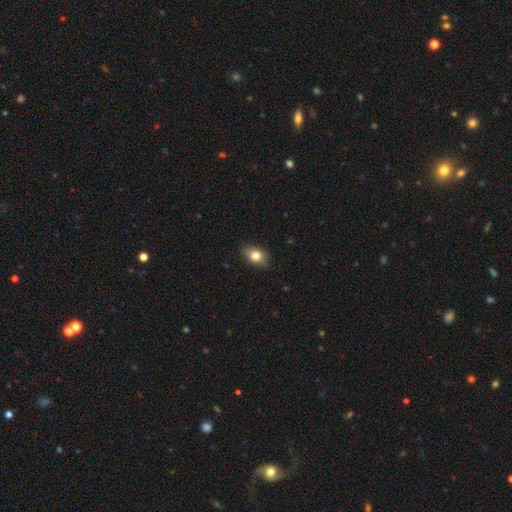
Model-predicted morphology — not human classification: Q: Smooth or featured?
A: smooth (80%); runner-up: featured or disk (11%)
Q: How rounded?
A: in between (75%); runner-up: round (23%)
Q: Merging?
A: none (84%); runner-up: minor disturbance (12%)